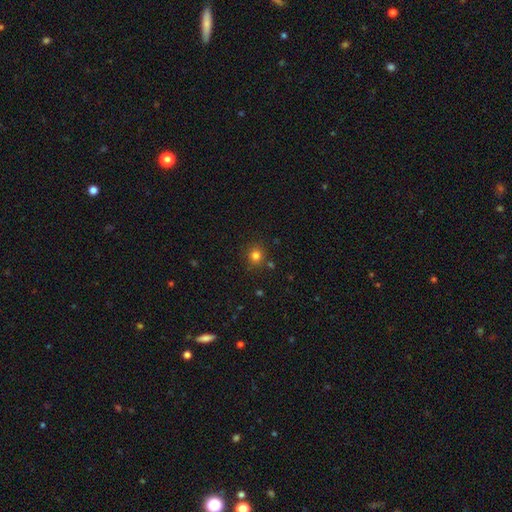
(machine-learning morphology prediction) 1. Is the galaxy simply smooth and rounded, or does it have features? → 80% smooth, 14% star or artifact, 6% featured or disk.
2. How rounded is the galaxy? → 90% round, 9% in between, 1% cigar-shaped.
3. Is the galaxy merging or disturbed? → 85% none, 8% minor disturbance, 4% merger, 3% major disturbance.